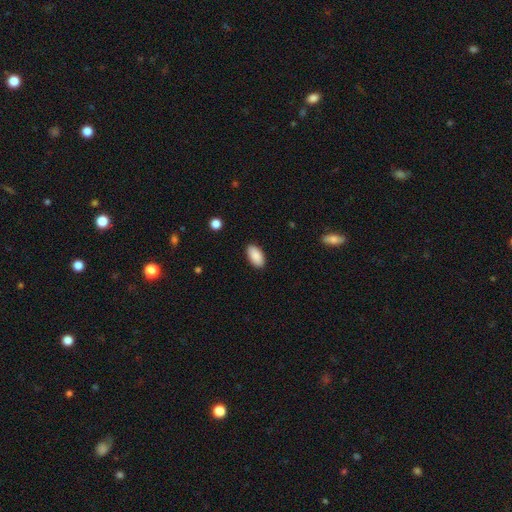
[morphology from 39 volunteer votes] This appears to be a smooth galaxy with no disk features (92%) that is in between round and cigar-shaped (97%). Merging: none (89%).